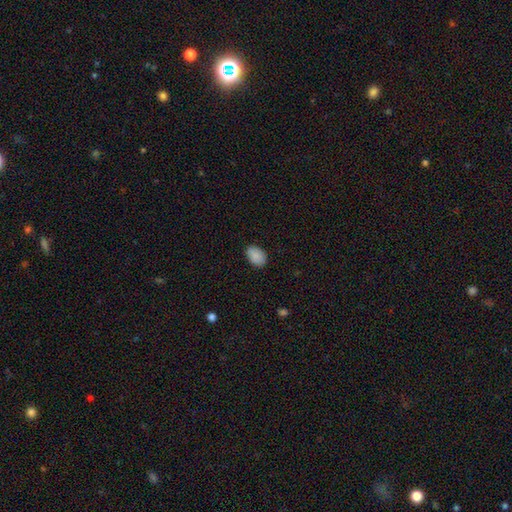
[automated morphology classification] smooth_or_featured: smooth (p=0.90) [alt: star or artifact p=0.07]
how_rounded: in between (p=0.87) [alt: round p=0.12]
merging: none (p=0.86) [alt: minor disturbance p=0.11]